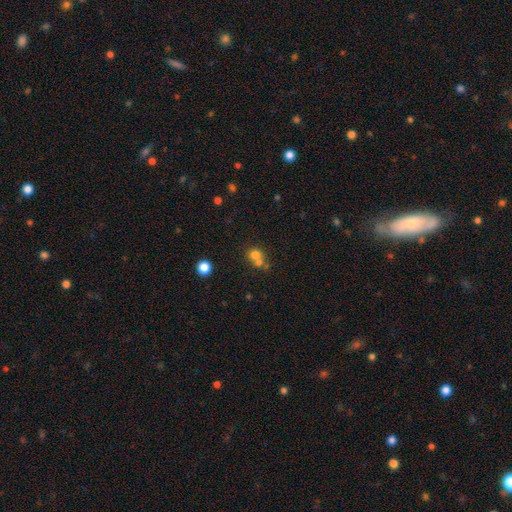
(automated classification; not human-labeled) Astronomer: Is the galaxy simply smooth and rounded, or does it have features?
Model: smooth — 72%.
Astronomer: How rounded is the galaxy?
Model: round — 79%.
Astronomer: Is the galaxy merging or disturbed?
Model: merger — 48% (runner-up: none, 40%).